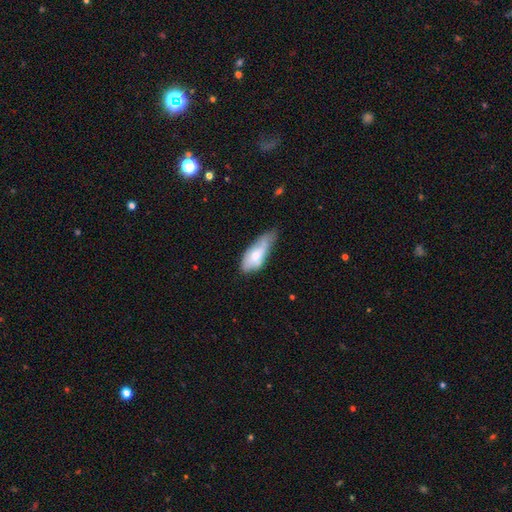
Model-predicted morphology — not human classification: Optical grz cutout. It shows a smooth galaxy with no disk features (66%) that is in between round and cigar-shaped (80%). Merging: minor disturbance (46%).